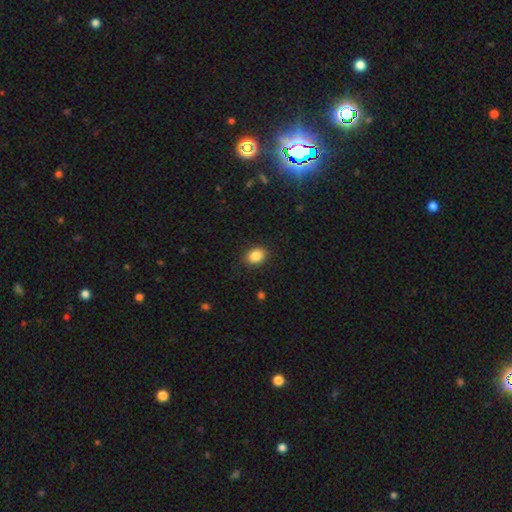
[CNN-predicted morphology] Overall: smooth (87%). How rounded: in between (64%; round 35%). Merging: none (88%).